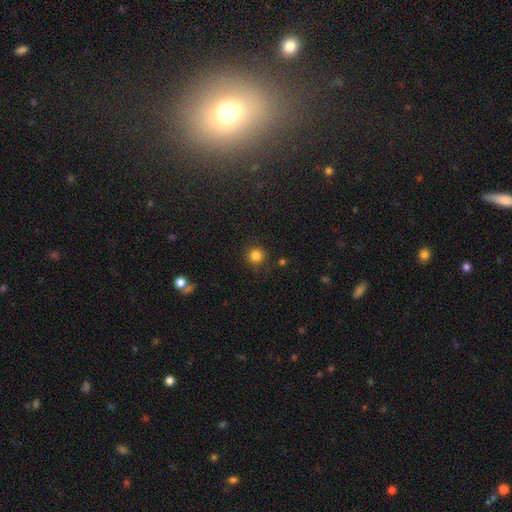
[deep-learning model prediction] Smooth or featured? Predicted: smooth (p=0.84). How rounded? Predicted: round (p=0.94). Merging? Predicted: none (p=0.88).